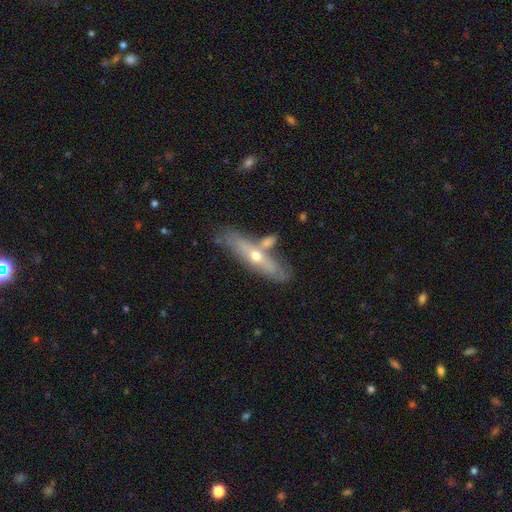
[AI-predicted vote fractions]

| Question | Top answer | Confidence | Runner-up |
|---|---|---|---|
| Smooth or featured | featured or disk | 61% | smooth (33%) |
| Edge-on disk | yes | 69% | no (31%) |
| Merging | none | 64% | merger (16%) |